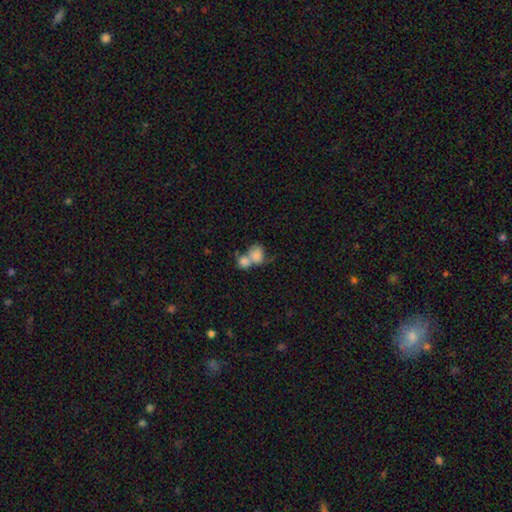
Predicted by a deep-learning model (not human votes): Smooth or featured? smooth (75%)
How rounded? round (50%)
Merging? merger (72%)